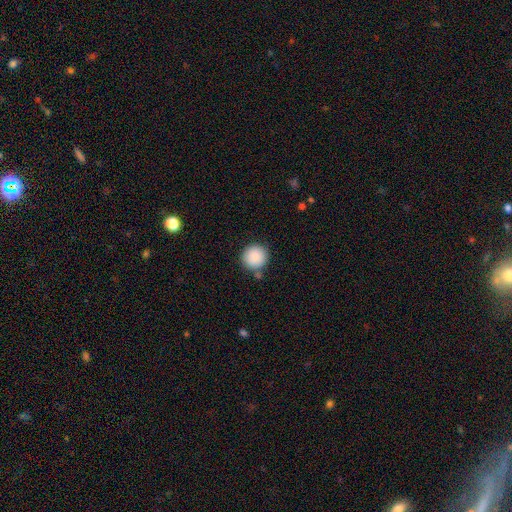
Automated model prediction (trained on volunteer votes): A smooth galaxy with no disk features (89%) that is round (93%).

Vote fractions:
- Smooth or featured? smooth: 89% / star or artifact: 8% / featured or disk: 3%
- How rounded? round: 93% / in between: 6% / cigar-shaped: 1%
- Merging? none: 79% / minor disturbance: 11% / merger: 7% / major disturbance: 3%